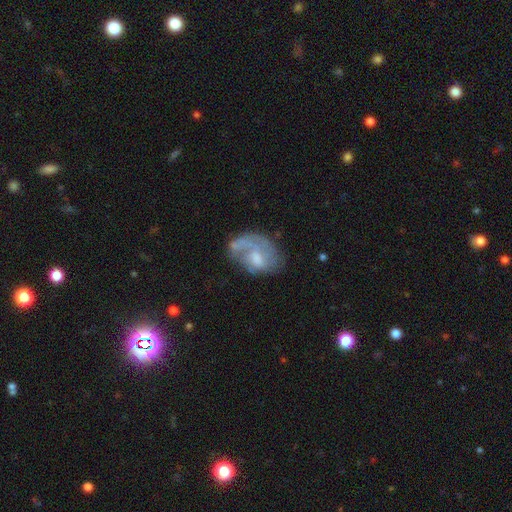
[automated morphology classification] A featured or disk galaxy (61%) with no bar (68%), spiral arms (66%) and a moderate central bulge (45%).

Vote fractions:
- Smooth or featured? featured or disk: 61% / smooth: 31% / star or artifact: 8%
- Edge-on disk? no: 97% / yes: 3%
- Bar? no: 68% / weak: 28% / strong: 4%
- Spiral arms? yes: 66% / no: 34%
- Bulge size? moderate: 45% / small: 23% / none: 20% / large: 10% / dominant: 2%
- Merging? none: 44% / major disturbance: 26% / minor disturbance: 24% / merger: 5%